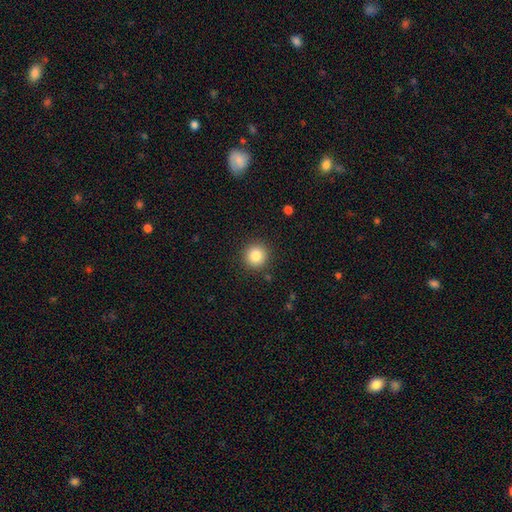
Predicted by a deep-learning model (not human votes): Smooth or featured? smooth (84%)
How rounded? round (94%)
Merging? none (90%)